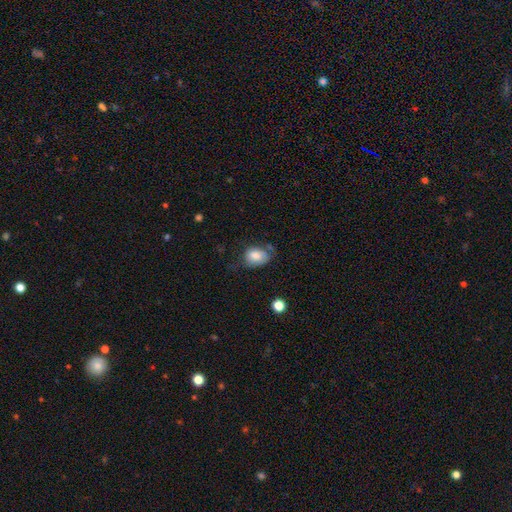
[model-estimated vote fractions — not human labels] Smooth or featured? smooth (79%)
How rounded? in between (68%)
Merging? none (45%)